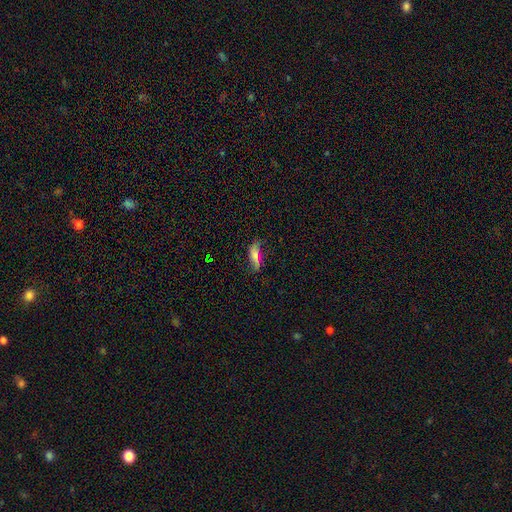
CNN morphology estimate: smooth-or-featured: smooth: 61% | featured or disk: 25% | star or artifact: 14%
  how-rounded: in between: 62% | cigar-shaped: 34% | round: 4%
  merging: none: 57% | minor disturbance: 28% | major disturbance: 11% | merger: 3%